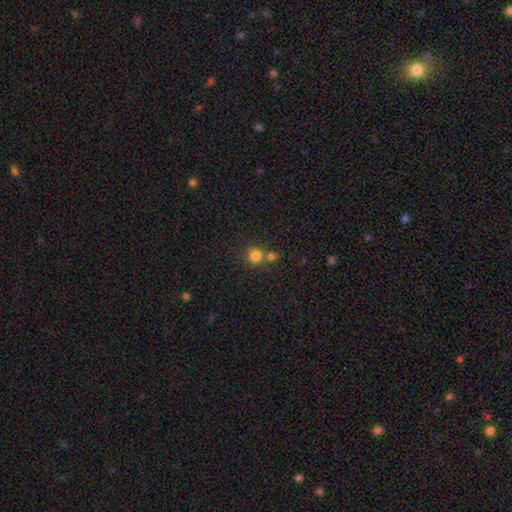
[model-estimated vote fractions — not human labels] Smooth or featured? Predicted: smooth (p=0.80). How rounded? Predicted: round (p=0.88). Merging? Predicted: none (p=0.55).